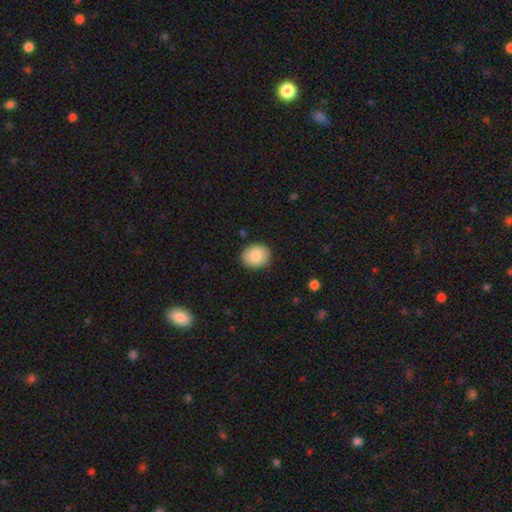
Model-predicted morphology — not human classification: A smooth galaxy with no disk features (85%) that is round (54%). Merging: none (87%).